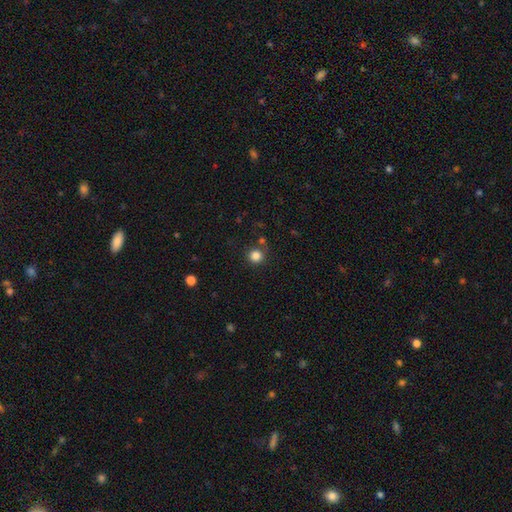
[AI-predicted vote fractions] Smooth or featured? Predicted: smooth (p=0.84). How rounded? Predicted: round (p=0.94). Merging? Predicted: none (p=0.83).